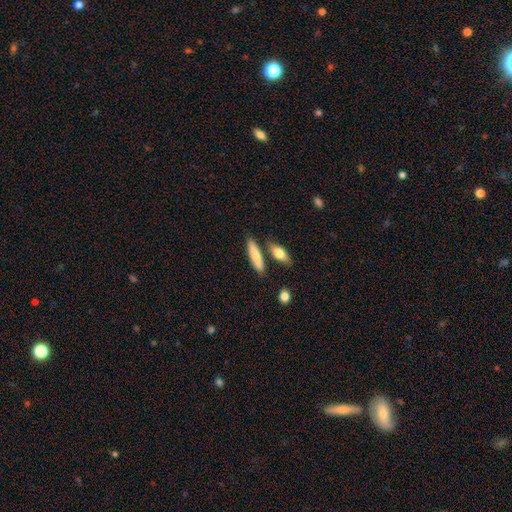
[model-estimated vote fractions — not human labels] smooth_or_featured: smooth (p=0.80) [alt: featured or disk p=0.15]
how_rounded: cigar-shaped (p=0.67) [alt: in between p=0.30]
merging: none (p=0.73) [alt: merger p=0.12]